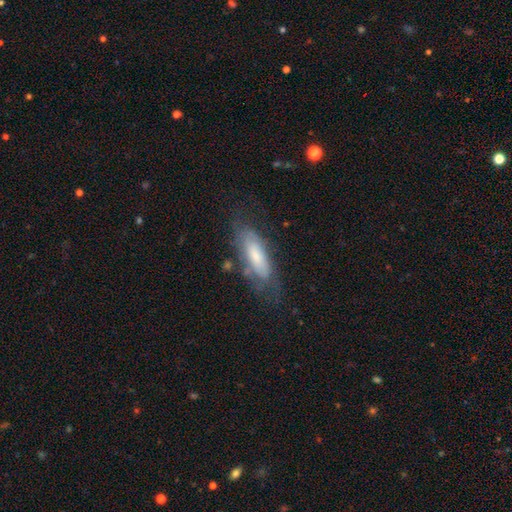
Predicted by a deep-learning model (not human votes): The model was most divided on "smooth or featured": smooth: 49%, featured or disk: 44%, star or artifact: 8%. More confident: merging — none (61%).